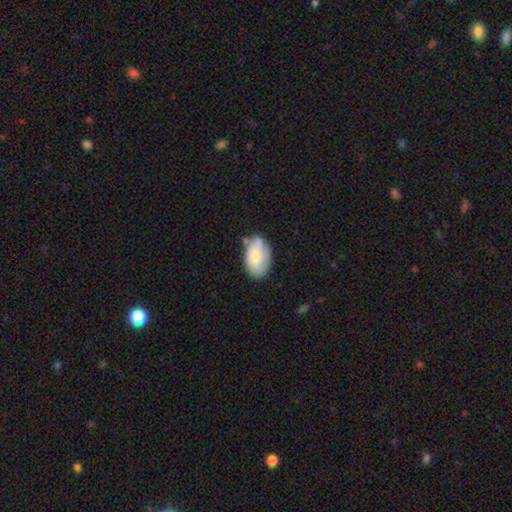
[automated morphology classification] Smooth or featured? Predicted: smooth (p=0.66). How rounded? Predicted: in between (p=0.90). Merging? Predicted: none (p=0.60).